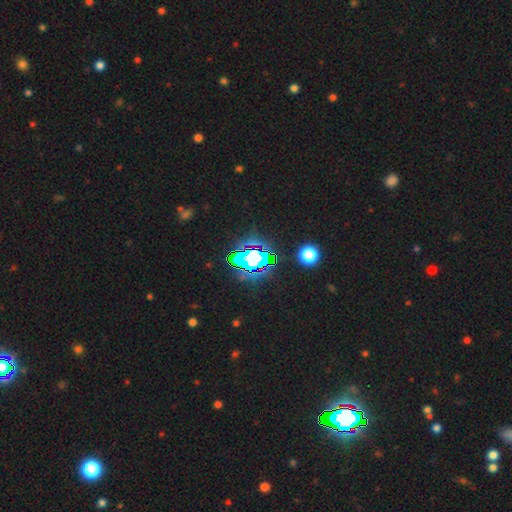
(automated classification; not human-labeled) This is likely a star or artifact rather than a galaxy (69%).